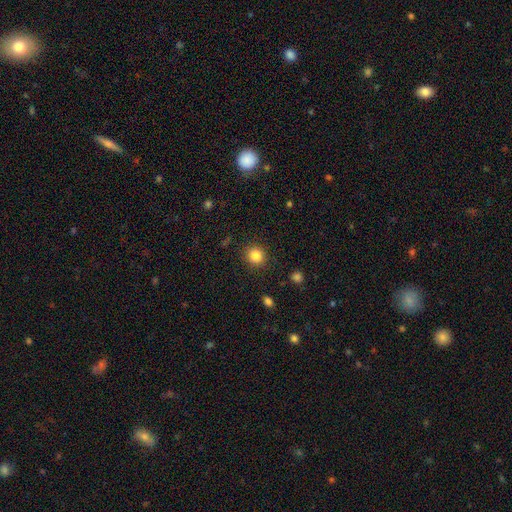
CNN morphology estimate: Overall: smooth (84%). How rounded: round (89%). Merging: none (89%).